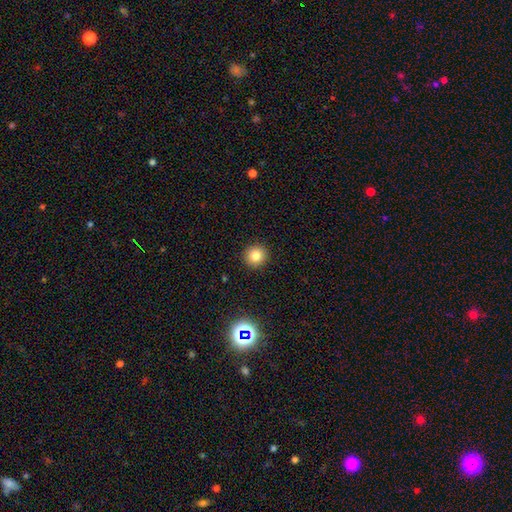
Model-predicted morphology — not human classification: The model was most divided on "smooth or featured": smooth: 80%, star or artifact: 13%, featured or disk: 7%. More confident: how rounded — round (93%); merging — none (93%).